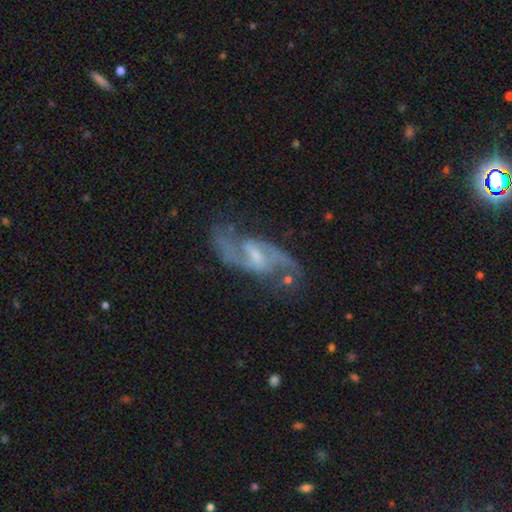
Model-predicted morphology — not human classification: Smooth or featured?
  - featured or disk: 88% *
  - star or artifact: 6%
  - smooth: 5%
Edge-on disk?
  - no: 94% *
  - yes: 6%
Bar?
  - weak: 56% *
  - strong: 23%
  - no: 21%
Spiral arms?
  - yes: 96% *
  - no: 4%
Spiral winding?
  - medium: 47% *
  - loose: 42%
  - tight: 11%
Spiral arm count?
  - 2: 90% *
  - can't tell: 4%
  - 3: 2%
  - 1: 2%
  - 4: 1%
  - more than 4: 1%
Bulge size?
  - small: 56% *
  - moderate: 29%
  - none: 12%
  - large: 2%
  - dominant: 1%
Merging?
  - none: 71% *
  - minor disturbance: 17%
  - major disturbance: 9%
  - merger: 3%